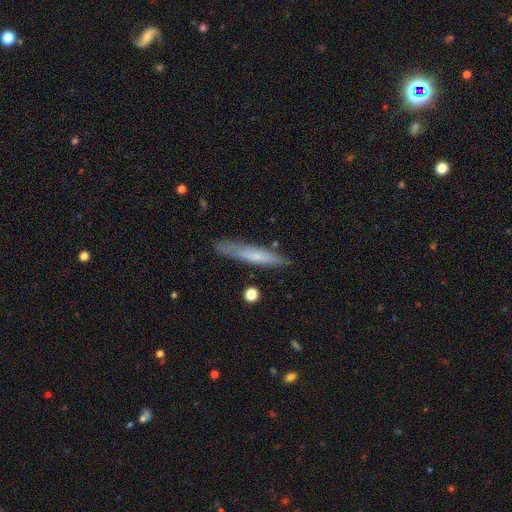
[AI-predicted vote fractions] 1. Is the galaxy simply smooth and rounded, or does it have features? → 60% smooth, 34% featured or disk, 6% star or artifact.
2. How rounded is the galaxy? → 94% cigar-shaped, 5% in between, 1% round.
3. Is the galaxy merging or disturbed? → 83% none, 13% minor disturbance, 2% major disturbance, 2% merger.